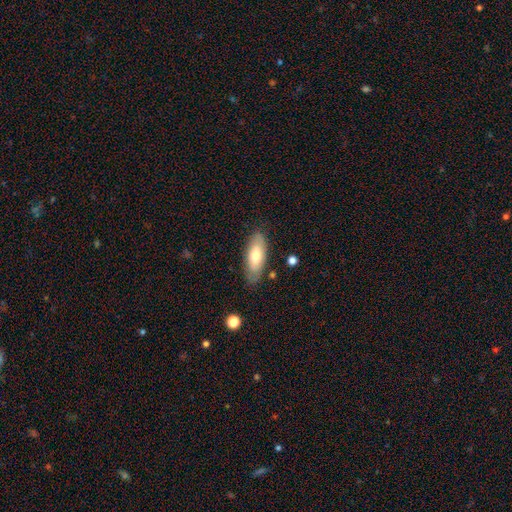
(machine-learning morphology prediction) smooth-or-featured: smooth: 70% | featured or disk: 24% | star or artifact: 6%
  how-rounded: in between: 76% | cigar-shaped: 22% | round: 2%
  merging: none: 81% | minor disturbance: 14% | major disturbance: 3% | merger: 2%